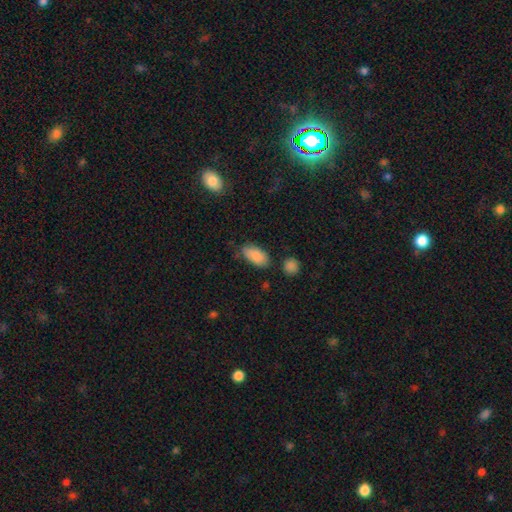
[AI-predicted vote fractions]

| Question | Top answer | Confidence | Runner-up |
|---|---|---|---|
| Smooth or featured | smooth | 86% | featured or disk (7%) |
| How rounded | in between | 92% | cigar-shaped (5%) |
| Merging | none | 70% | minor disturbance (21%) |